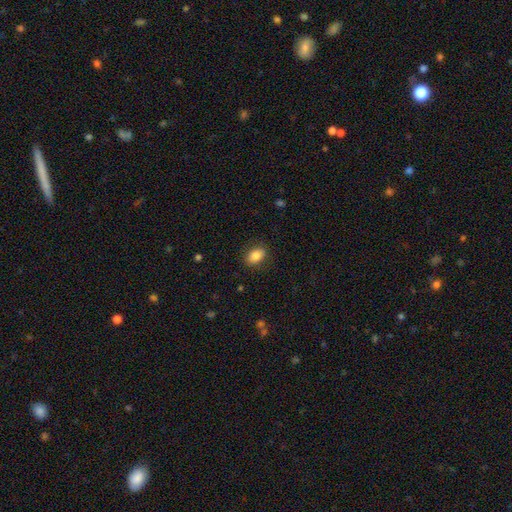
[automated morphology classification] Overall: smooth (84%). How rounded: in between (84%). Merging: none (86%).